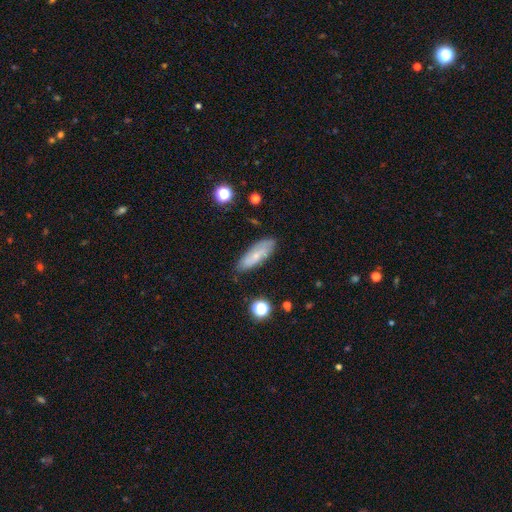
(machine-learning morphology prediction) smooth_or_featured: smooth (p=0.60) [alt: featured or disk p=0.32]
how_rounded: in between (p=0.57) [alt: cigar-shaped p=0.40]
merging: none (p=0.77) [alt: minor disturbance p=0.17]